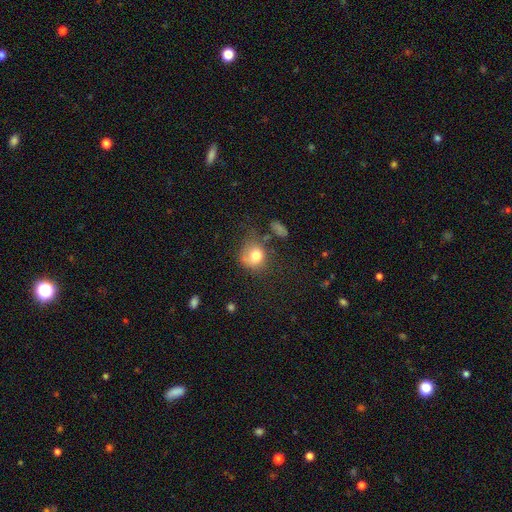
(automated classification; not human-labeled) Smooth or featured? smooth (76%)
How rounded? round (73%)
Merging? none (46%)